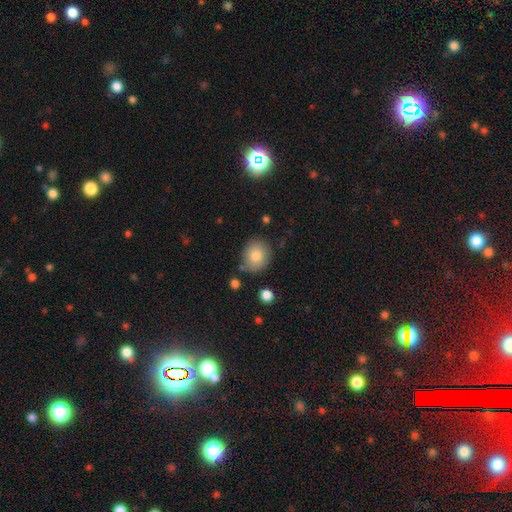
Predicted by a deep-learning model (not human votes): Smooth or featured: smooth — 81% (featured or disk — 10%)
How rounded: round — 73% (in between — 26%)
Merging: none — 78% (minor disturbance — 14%)